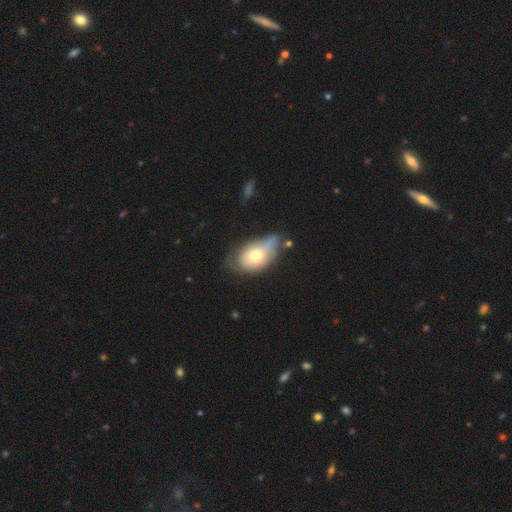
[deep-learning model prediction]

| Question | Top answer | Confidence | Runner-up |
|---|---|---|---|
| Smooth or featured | smooth | 63% | featured or disk (30%) |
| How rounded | in between | 87% | round (11%) |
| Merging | minor disturbance | 39% | none (31%) |